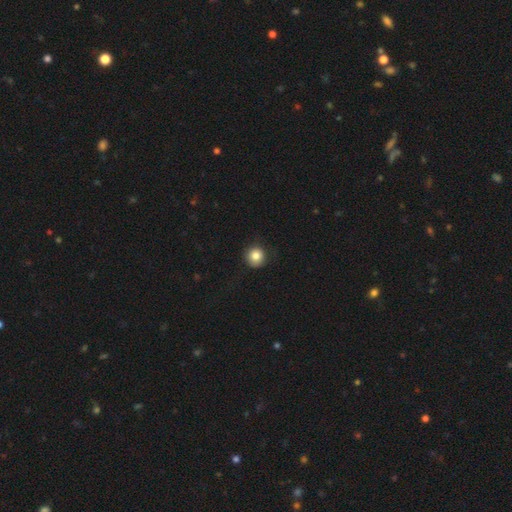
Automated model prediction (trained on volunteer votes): Smooth or featured? Predicted: smooth (p=0.83). How rounded? Predicted: round (p=0.93). Merging? Predicted: none (p=0.86).